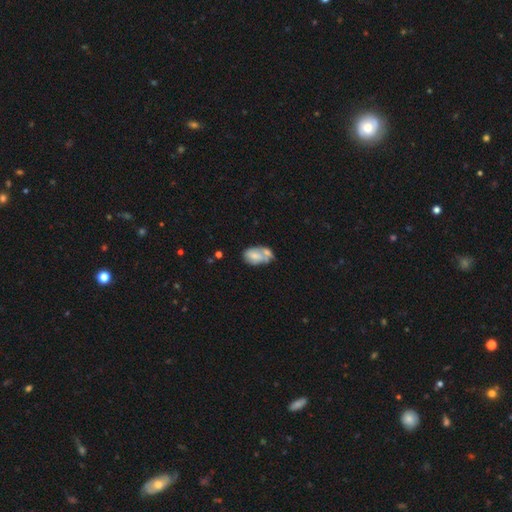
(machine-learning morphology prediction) The model was most divided on "merging": merger: 47%, none: 24%, minor disturbance: 19%, major disturbance: 10%. More confident: how rounded — in between (89%); smooth or featured — smooth (60%).